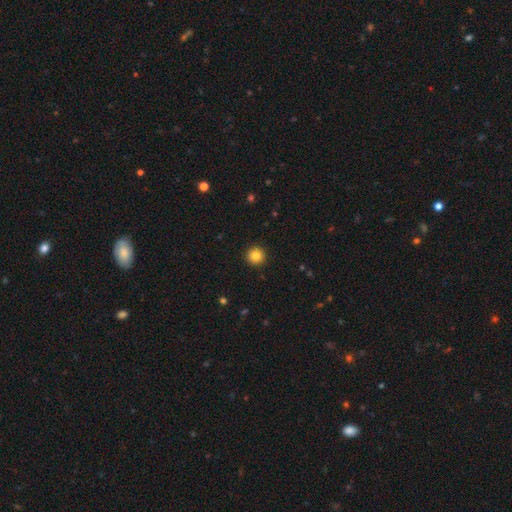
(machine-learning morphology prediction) Overall: smooth (85%). How rounded: round (96%). Merging: none (93%).